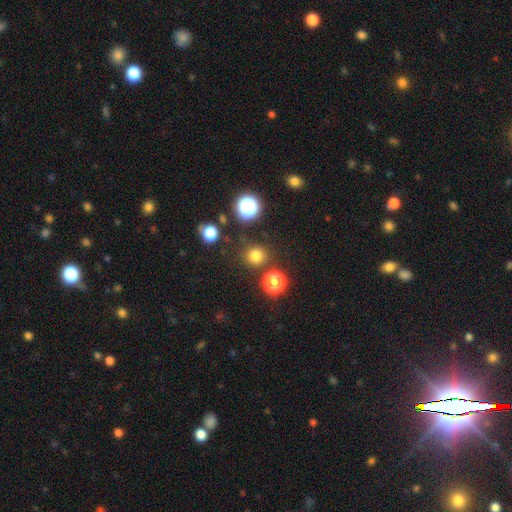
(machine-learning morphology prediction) Smooth or featured? smooth (77%)
How rounded? round (89%)
Merging? none (83%)